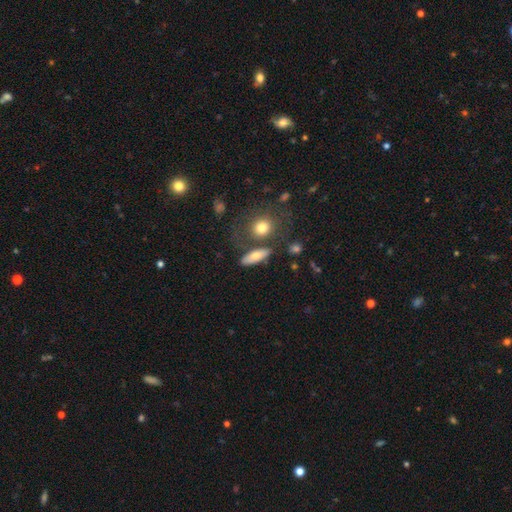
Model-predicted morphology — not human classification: Smooth or featured?
  - smooth: 68% *
  - featured or disk: 24%
  - star or artifact: 8%
How rounded?
  - in between: 58% *
  - cigar-shaped: 35%
  - round: 7%
Merging?
  - none: 66% *
  - minor disturbance: 15%
  - merger: 12%
  - major disturbance: 6%